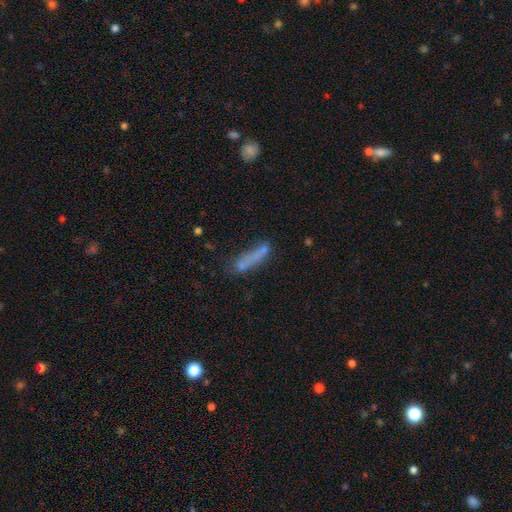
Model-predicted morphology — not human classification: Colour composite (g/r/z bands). It shows a smooth galaxy with no disk features (59%) that is cigar-shaped (77%). Merging: none (44%).